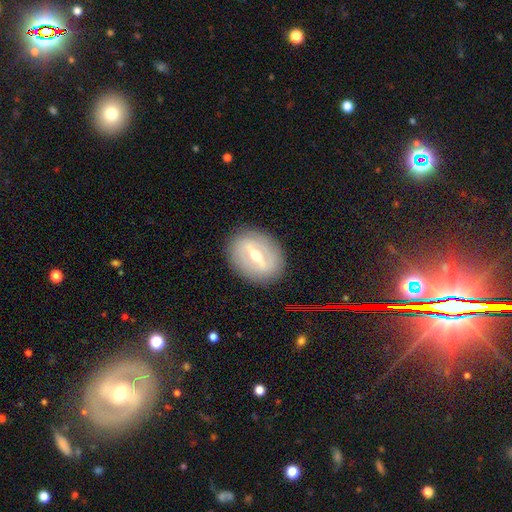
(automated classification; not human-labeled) Q: Smooth or featured?
A: featured or disk (73%); runner-up: smooth (20%)
Q: Edge-on disk?
A: no (82%); runner-up: yes (18%)
Q: Bar?
A: strong (67%); runner-up: weak (25%)
Q: Spiral arms?
A: no (71%); runner-up: yes (29%)
Q: Bulge size?
A: moderate (72%); runner-up: small (20%)
Q: Merging?
A: none (86%); runner-up: minor disturbance (9%)